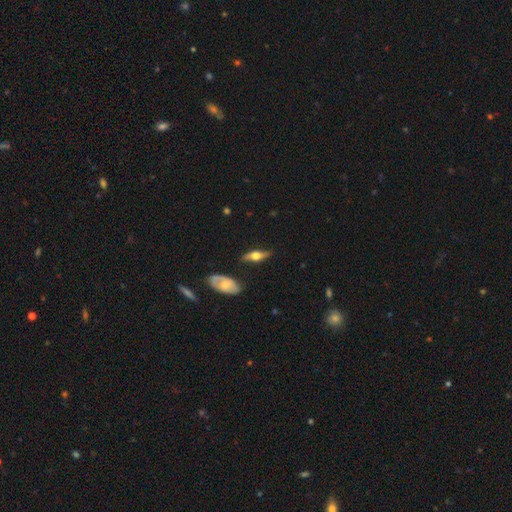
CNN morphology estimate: Q: Smooth or featured?
A: featured or disk (63%); runner-up: smooth (31%)
Q: Edge-on disk?
A: yes (87%); runner-up: no (13%)
Q: Edge-on bulge?
A: rounded (95%); runner-up: boxy (3%)
Q: Merging?
A: none (80%); runner-up: minor disturbance (14%)